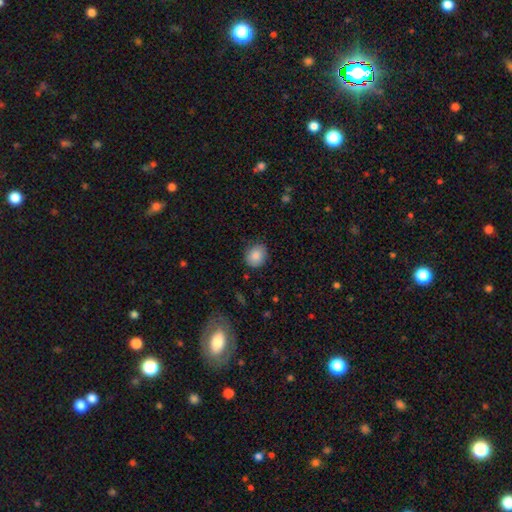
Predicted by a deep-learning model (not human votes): smooth_or_featured: smooth (p=0.86) [alt: star or artifact p=0.08]
how_rounded: round (p=0.66) [alt: in between p=0.33]
merging: none (p=0.82) [alt: minor disturbance p=0.14]